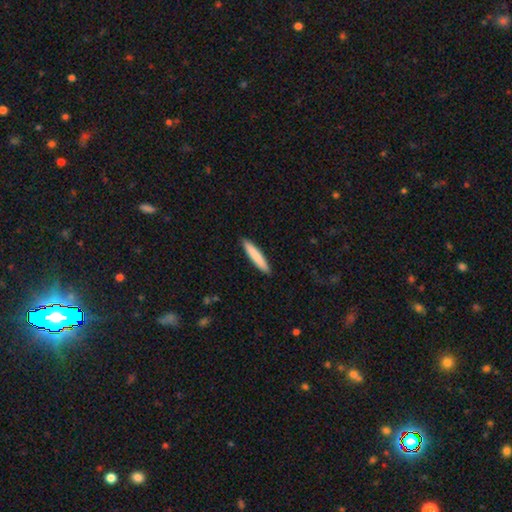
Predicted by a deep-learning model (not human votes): A smooth galaxy with no disk features (82%) that is cigar-shaped (92%). Merging: none (91%).